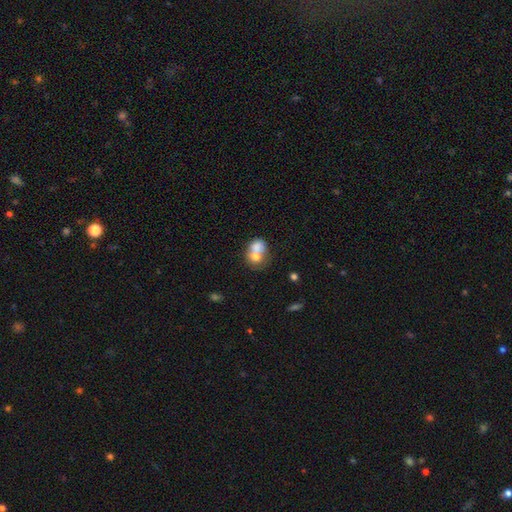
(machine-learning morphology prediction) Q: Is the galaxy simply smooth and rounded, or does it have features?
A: smooth — 69%.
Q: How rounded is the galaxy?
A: round — 58%.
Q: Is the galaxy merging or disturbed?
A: merger — 72%.